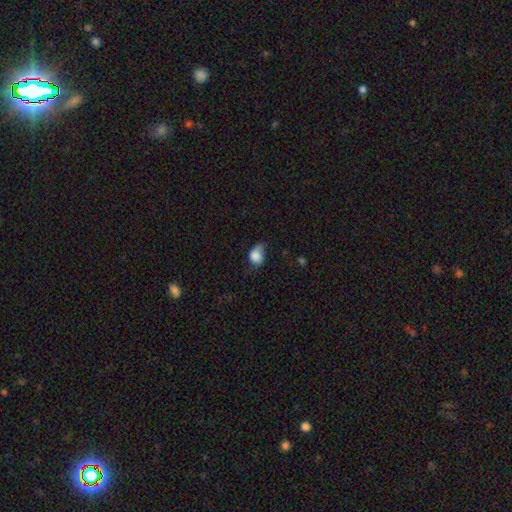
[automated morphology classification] Overall: smooth (77%). How rounded: in between (61%; round 37%). Merging: minor disturbance (42%; none 33%).